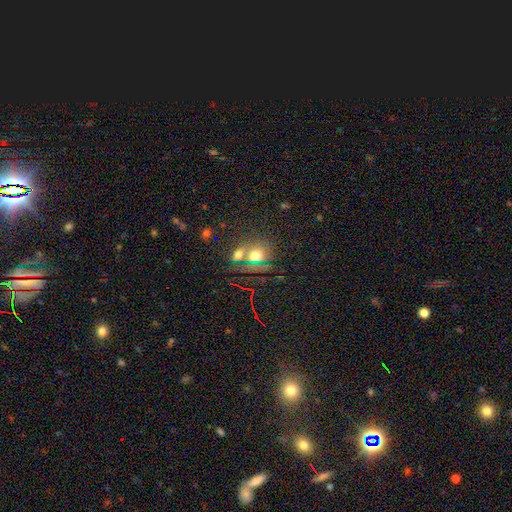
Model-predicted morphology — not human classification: A smooth galaxy with no disk features (60%) that is round (65%). Merging: none (50%).